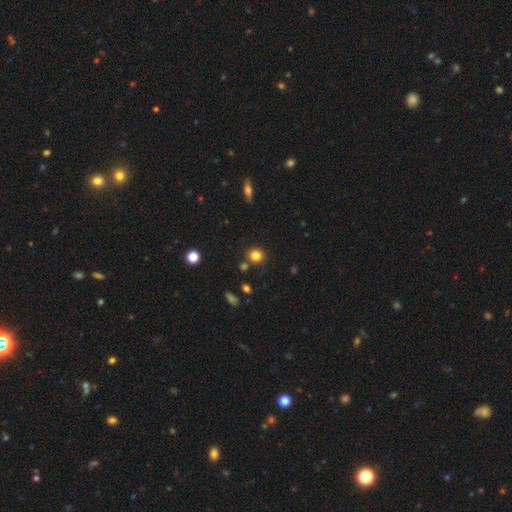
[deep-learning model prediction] Smooth or featured? smooth (82%)
How rounded? round (83%)
Merging? none (82%)